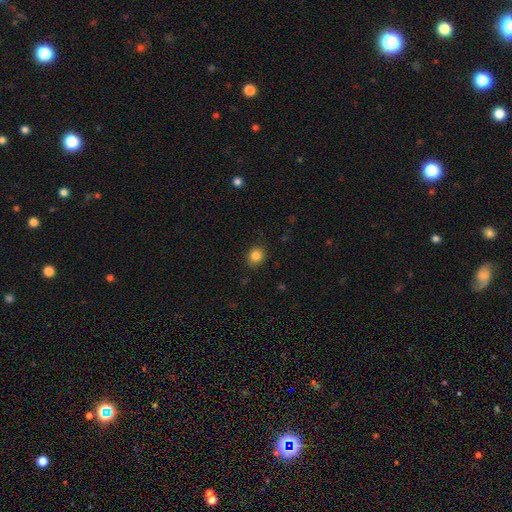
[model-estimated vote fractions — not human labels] Smooth or featured? Predicted: smooth (p=0.85). How rounded? Predicted: round (p=0.69). Merging? Predicted: none (p=0.88).